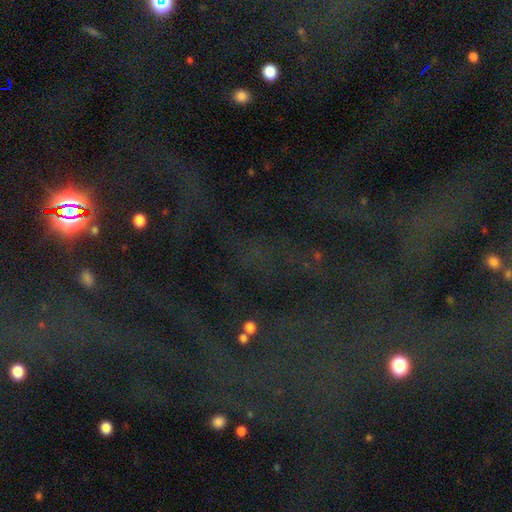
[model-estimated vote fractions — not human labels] Q: Smooth or featured?
A: star or artifact (77%); runner-up: smooth (12%)